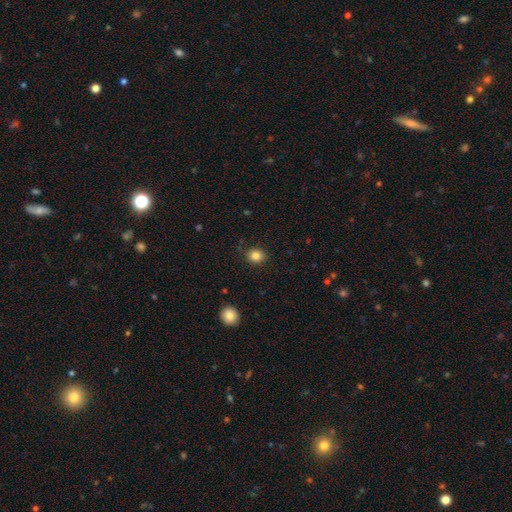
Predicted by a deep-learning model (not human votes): The model was most divided on "how rounded": round: 71%, in between: 28%, cigar-shaped: 1%. More confident: merging — none (87%); smooth or featured — smooth (84%).